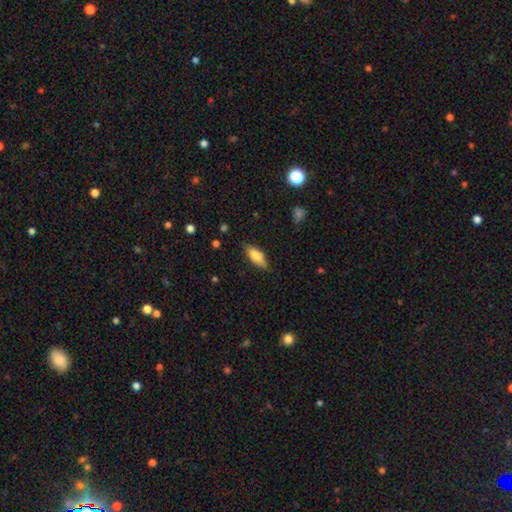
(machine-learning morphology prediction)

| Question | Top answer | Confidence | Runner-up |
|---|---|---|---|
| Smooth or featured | smooth | 80% | featured or disk (14%) |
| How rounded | in between | 76% | cigar-shaped (21%) |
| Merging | none | 79% | minor disturbance (17%) |